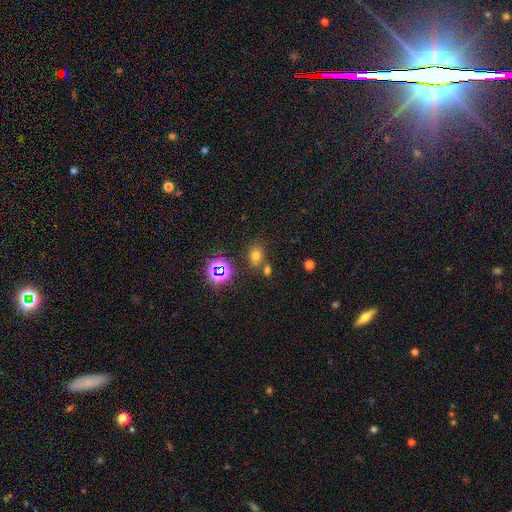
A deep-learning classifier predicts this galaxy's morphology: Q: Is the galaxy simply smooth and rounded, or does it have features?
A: smooth — 64%.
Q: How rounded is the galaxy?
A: round — 57%.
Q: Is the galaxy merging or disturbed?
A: none — 63%.